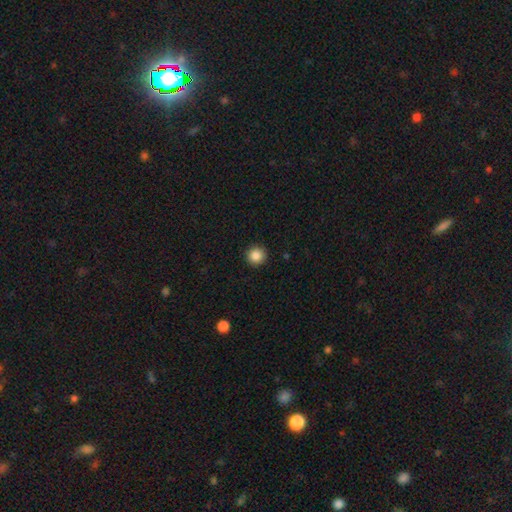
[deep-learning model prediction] Smooth or featured?
  - smooth: 87% *
  - star or artifact: 10%
  - featured or disk: 4%
How rounded?
  - round: 95% *
  - in between: 4%
  - cigar-shaped: 1%
Merging?
  - none: 93% *
  - minor disturbance: 5%
  - major disturbance: 2%
  - merger: 1%